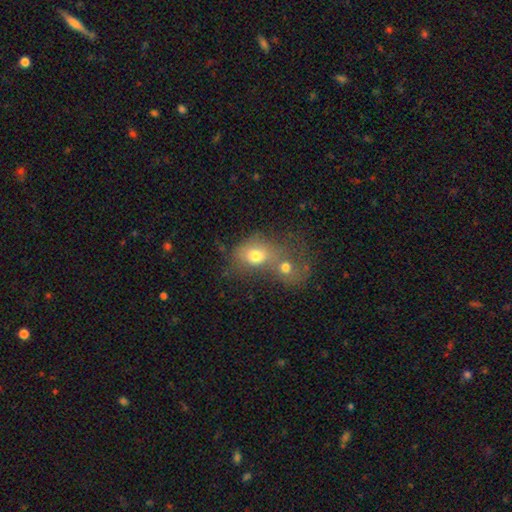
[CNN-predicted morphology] Smooth or featured? Predicted: smooth (p=0.70). How rounded? Predicted: in between (p=0.56). Merging? Predicted: merger (p=0.66).